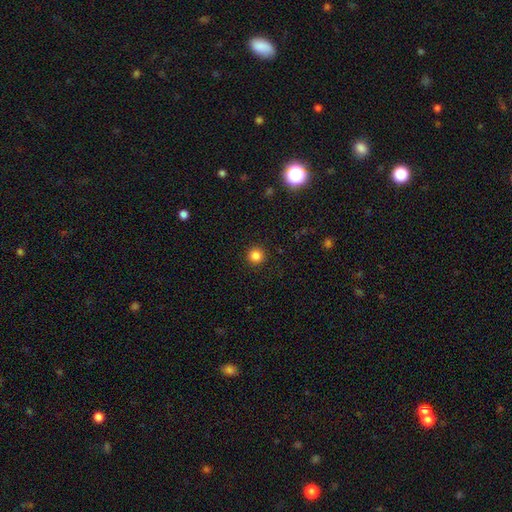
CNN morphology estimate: The model was most divided on "smooth or featured": smooth: 84%, star or artifact: 12%, featured or disk: 4%. More confident: how rounded — round (95%); merging — none (93%).